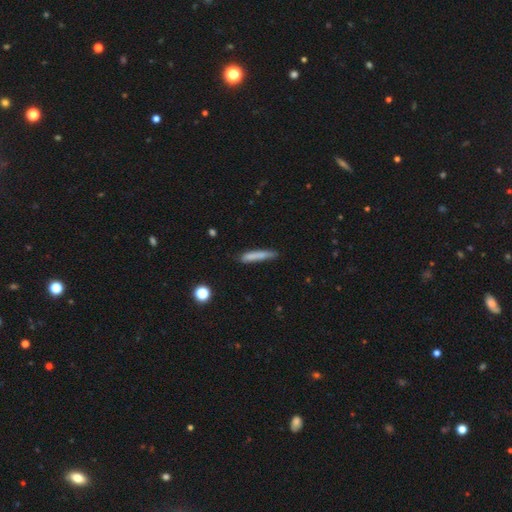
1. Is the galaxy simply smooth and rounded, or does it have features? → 69% smooth, 26% featured or disk, 5% star or artifact.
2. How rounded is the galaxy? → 96% cigar-shaped, 4% in between, 0% round.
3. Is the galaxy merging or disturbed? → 68% none, 27% minor disturbance, 5% merger, 0% major disturbance.